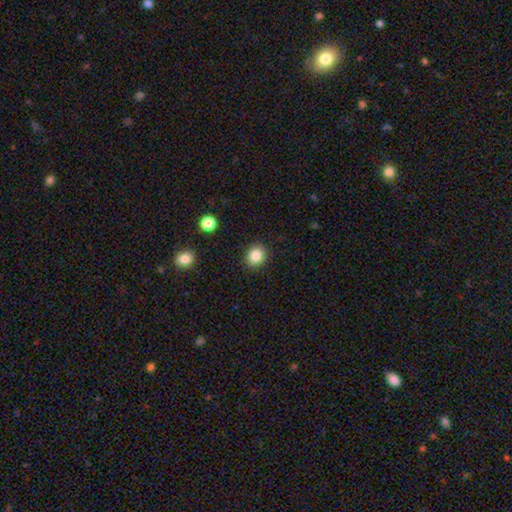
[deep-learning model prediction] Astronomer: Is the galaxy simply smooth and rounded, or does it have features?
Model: smooth — 86%.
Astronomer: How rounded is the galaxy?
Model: round — 77%.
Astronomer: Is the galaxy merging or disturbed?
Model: none — 90%.